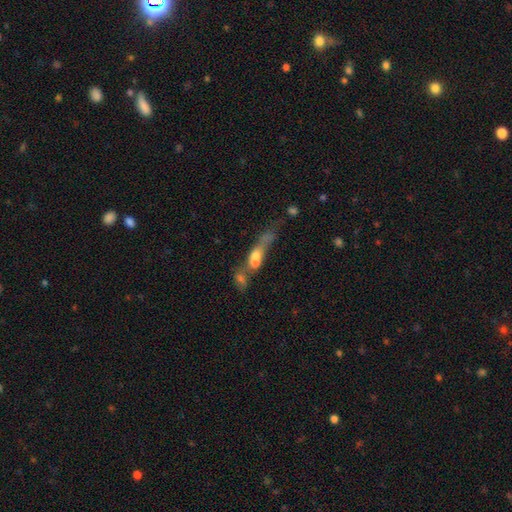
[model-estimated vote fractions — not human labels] Smooth or featured: smooth — 51% (featured or disk — 37%)
How rounded: in between — 43% (cigar-shaped — 40%)
Merging: merger — 65% (none — 14%)